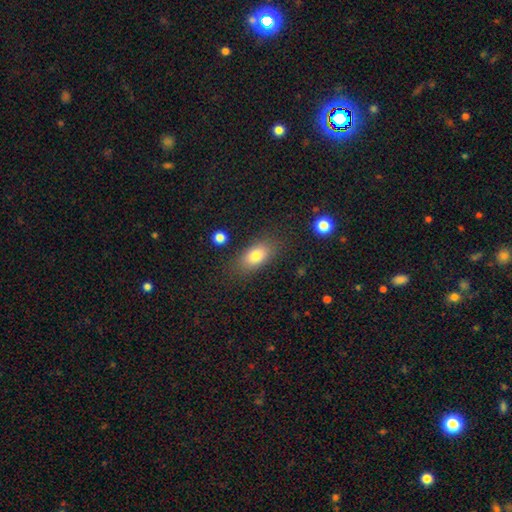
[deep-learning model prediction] This is likely a smooth galaxy (79%). How rounded: clearly in between (86%). Merging: clearly none (80%).